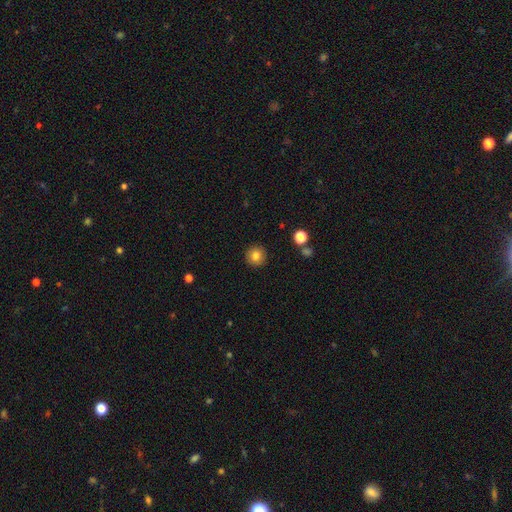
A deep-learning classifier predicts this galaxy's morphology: Smooth or featured: smooth — 82% (star or artifact — 10%)
How rounded: round — 94% (in between — 5%)
Merging: none — 91% (minor disturbance — 6%)